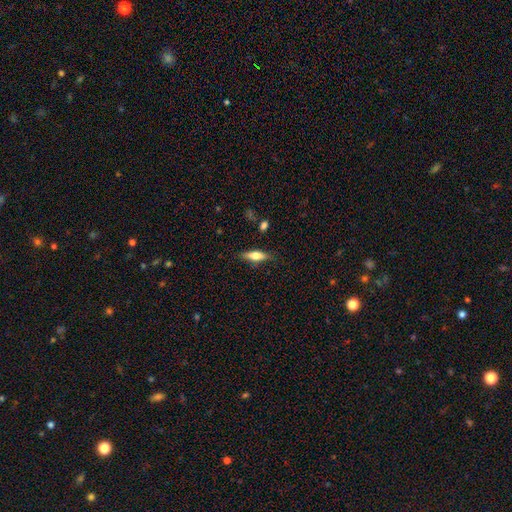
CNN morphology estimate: Smooth or featured: smooth — 59% (featured or disk — 34%)
How rounded: cigar-shaped — 51% (in between — 46%)
Merging: none — 82% (minor disturbance — 13%)